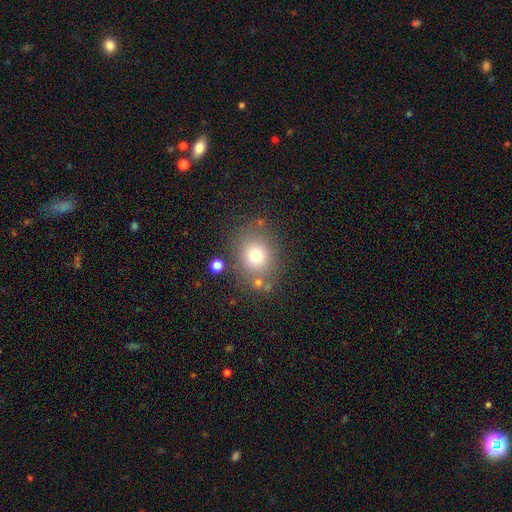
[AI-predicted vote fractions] Morphology: type=smooth (74%); roundness=round (62%); merging=none (73%).